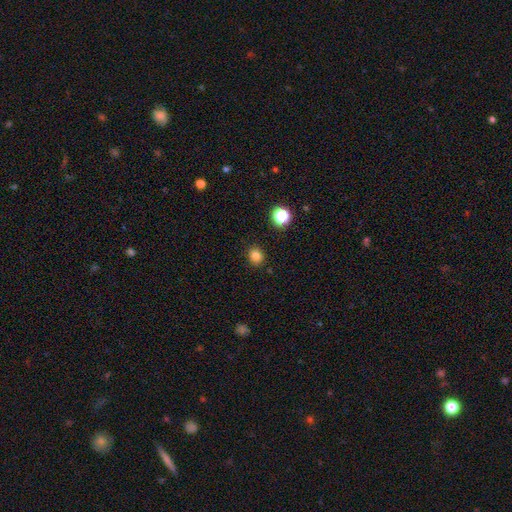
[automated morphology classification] Q: Smooth or featured?
A: smooth (81%); runner-up: star or artifact (14%)
Q: How rounded?
A: round (75%); runner-up: in between (25%)
Q: Merging?
A: none (89%); runner-up: minor disturbance (8%)